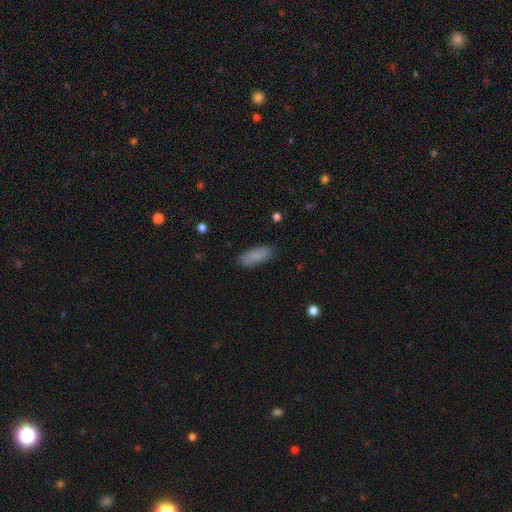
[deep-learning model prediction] This is clearly a smooth galaxy (87%). How rounded: likely in between (73%). Merging: clearly none (83%).